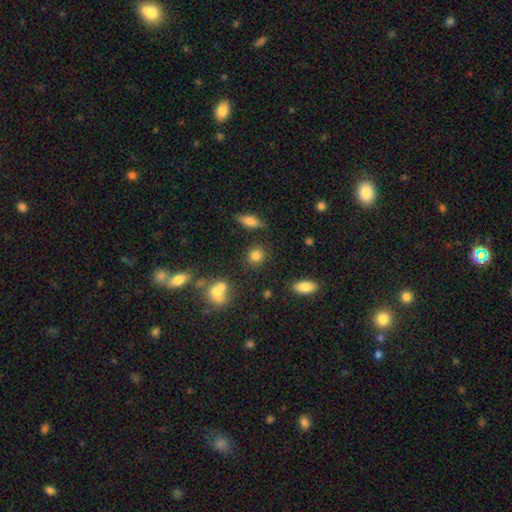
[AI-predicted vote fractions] Smooth or featured?
  - smooth: 82% *
  - star or artifact: 12%
  - featured or disk: 7%
How rounded?
  - round: 77% *
  - in between: 21%
  - cigar-shaped: 2%
Merging?
  - none: 81% *
  - minor disturbance: 10%
  - merger: 6%
  - major disturbance: 3%